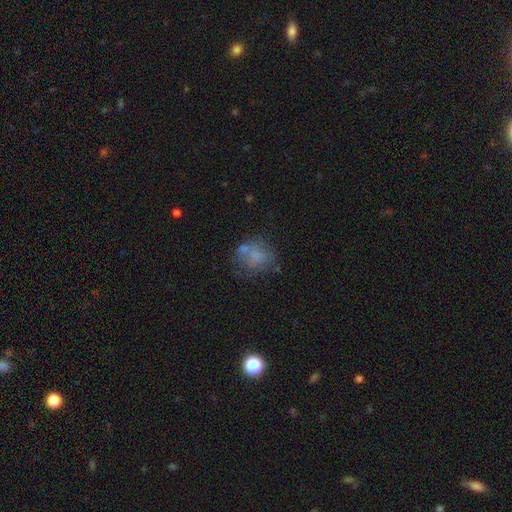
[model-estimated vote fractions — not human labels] smooth_or_featured: smooth (p=0.61) [alt: featured or disk p=0.27]
how_rounded: round (p=0.67) [alt: in between p=0.31]
merging: none (p=0.49) [alt: minor disturbance p=0.21]